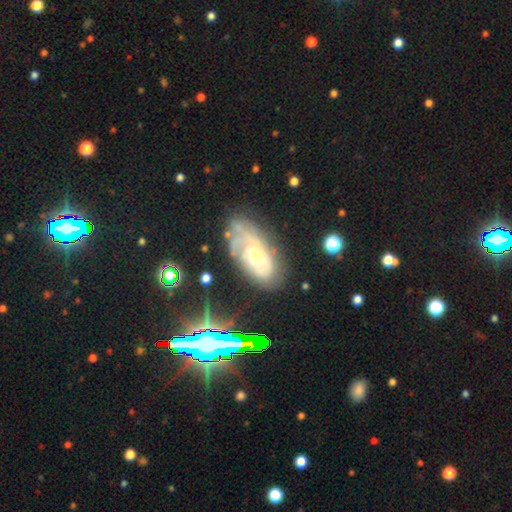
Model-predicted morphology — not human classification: smooth-or-featured: featured or disk: 62% | smooth: 25% | star or artifact: 13%
  disk-edge-on: no: 91% | yes: 9%
    bar: no: 74% | weak: 21% | strong: 5%
    has-spiral-arms: yes: 83% | no: 17%
    bulge-size: small: 44% | moderate: 25% | none: 19% | large: 9% | dominant: 3%
  merging: none: 59% | minor disturbance: 25% | major disturbance: 13% | merger: 3%